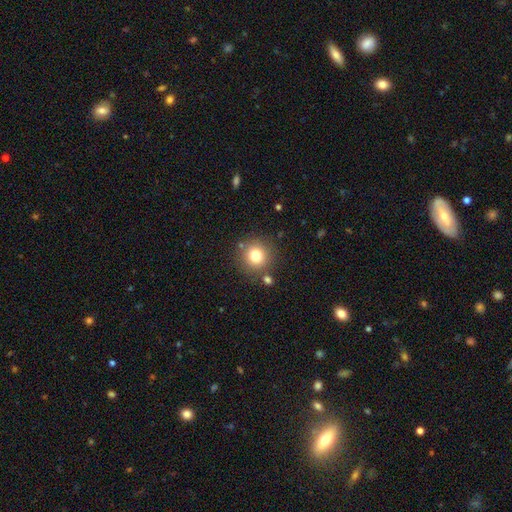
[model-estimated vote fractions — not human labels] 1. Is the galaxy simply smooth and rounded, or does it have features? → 79% smooth, 13% star or artifact, 9% featured or disk.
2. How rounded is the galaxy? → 93% round, 7% in between, 1% cigar-shaped.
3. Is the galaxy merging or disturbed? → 83% none, 8% minor disturbance, 5% merger, 3% major disturbance.